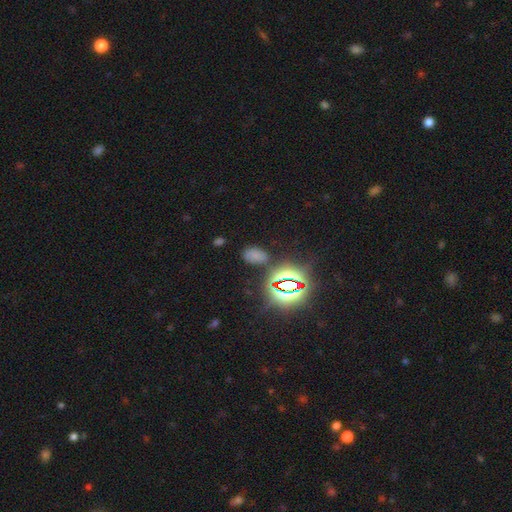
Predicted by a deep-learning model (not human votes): smooth-or-featured: smooth: 56% | star or artifact: 37% | featured or disk: 7%
  how-rounded: in between: 89% | round: 10% | cigar-shaped: 2%
  merging: none: 73% | minor disturbance: 15% | major disturbance: 6% | merger: 6%